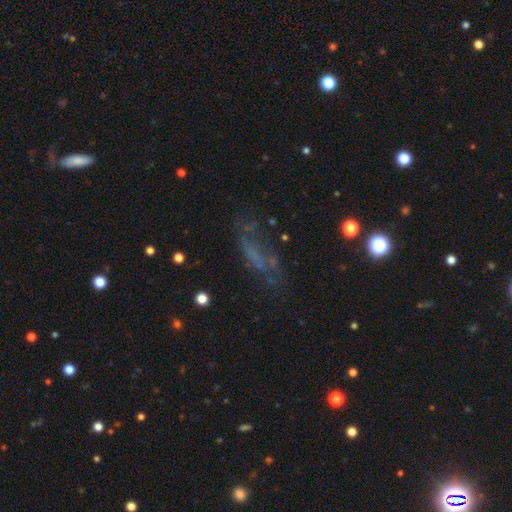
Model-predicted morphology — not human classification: This is marginally a featured or disk galaxy (43%). Merging: possibly none (48%).